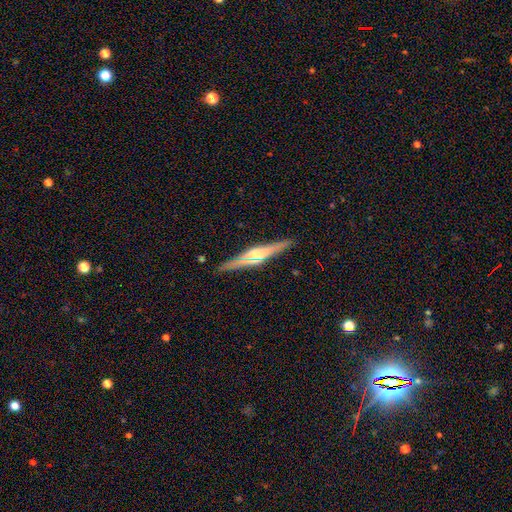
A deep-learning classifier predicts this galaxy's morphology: A featured or disk galaxy (72%) viewed edge-on (97%) with a rounded central bulge (79%). Merging: none (90%).